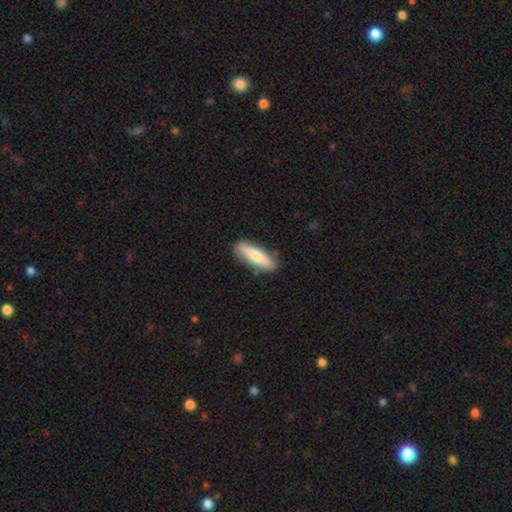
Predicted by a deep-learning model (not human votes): The model was most divided on "how rounded": cigar-shaped: 58%, in between: 40%, round: 2%. More confident: merging — none (85%); smooth or featured — smooth (59%).